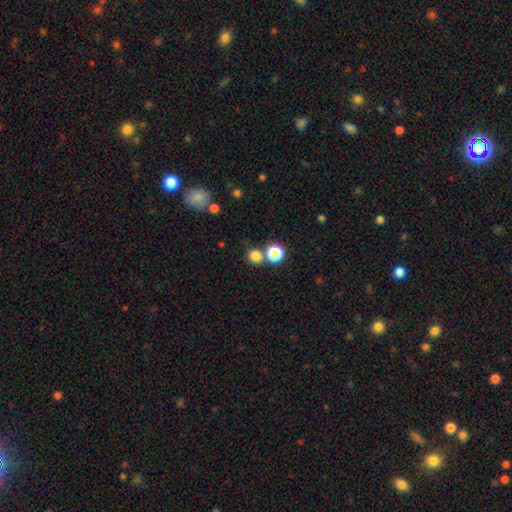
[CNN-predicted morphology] Overall: smooth (79%). How rounded: round (88%). Merging: none (69%).